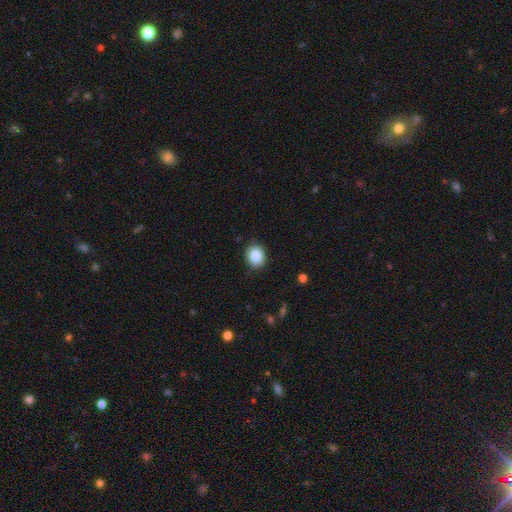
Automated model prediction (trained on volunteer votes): Smooth or featured?
  - smooth: 87% *
  - star or artifact: 8%
  - featured or disk: 5%
How rounded?
  - round: 61% *
  - in between: 38%
  - cigar-shaped: 1%
Merging?
  - none: 87% *
  - minor disturbance: 10%
  - major disturbance: 2%
  - merger: 1%